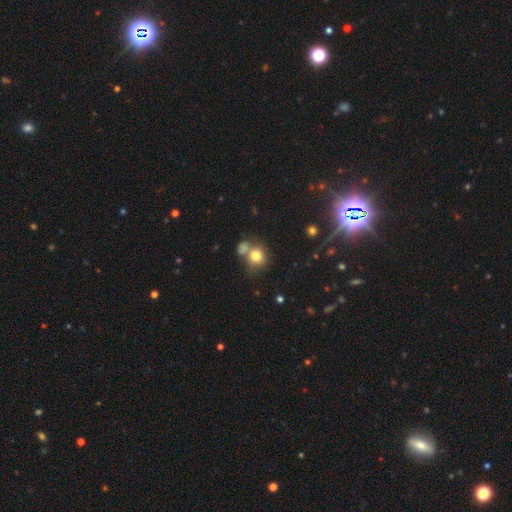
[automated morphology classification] A smooth galaxy with no disk features (79%) that is round (82%).

Vote fractions:
- Smooth or featured? smooth: 79% / star or artifact: 11% / featured or disk: 9%
- How rounded? round: 82% / in between: 17% / cigar-shaped: 1%
- Merging? none: 51% / merger: 33% / minor disturbance: 11% / major disturbance: 5%